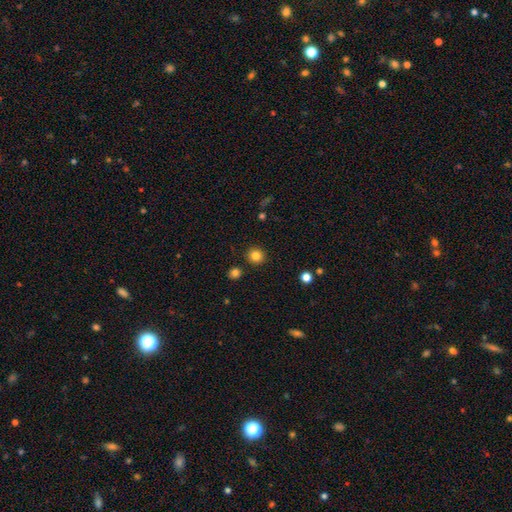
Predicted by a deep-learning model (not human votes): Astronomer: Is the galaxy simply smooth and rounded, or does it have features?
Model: smooth — 83%.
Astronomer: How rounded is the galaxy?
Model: round — 92%.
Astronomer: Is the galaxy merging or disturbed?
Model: none — 90%.